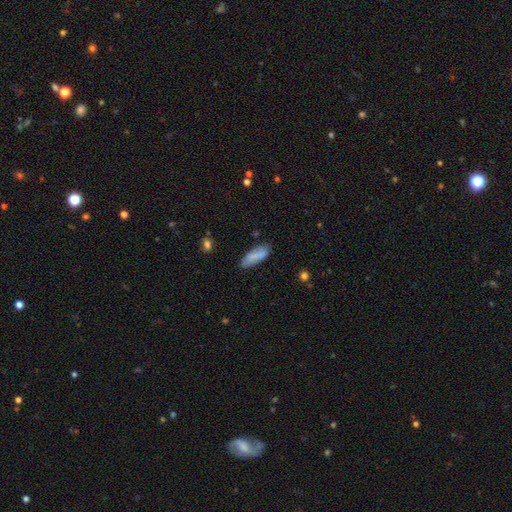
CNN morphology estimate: Smooth or featured?
  - smooth: 80% *
  - featured or disk: 14%
  - star or artifact: 7%
How rounded?
  - in between: 57% *
  - cigar-shaped: 41%
  - round: 2%
Merging?
  - none: 75% *
  - minor disturbance: 18%
  - major disturbance: 4%
  - merger: 3%